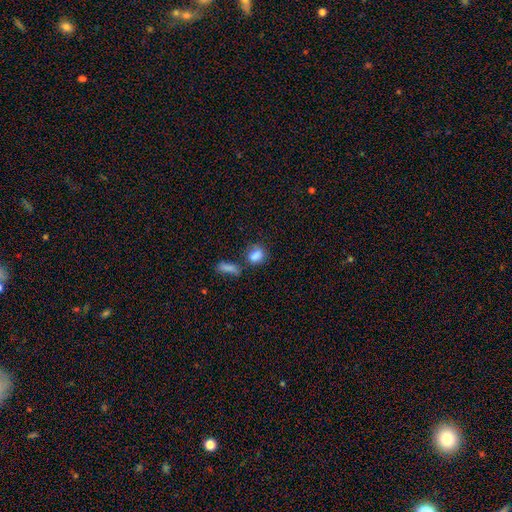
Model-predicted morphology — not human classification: Smooth or featured? smooth (82%)
How rounded? in between (61%)
Merging? none (47%)